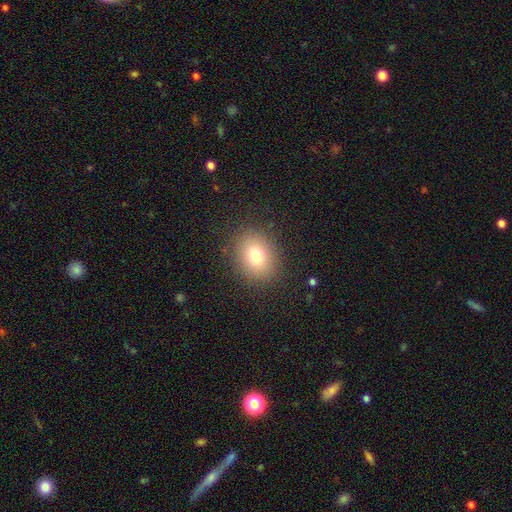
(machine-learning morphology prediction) Smooth or featured?
  - smooth: 78% *
  - star or artifact: 11%
  - featured or disk: 10%
How rounded?
  - round: 50% * (tied)
  - in between: 50% * (tied)
  - cigar-shaped: 1%
Merging?
  - none: 87% *
  - minor disturbance: 8%
  - major disturbance: 3%
  - merger: 1%